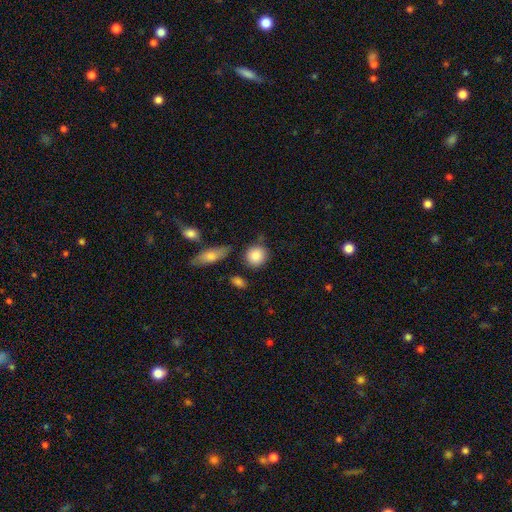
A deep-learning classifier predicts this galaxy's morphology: This appears to be a smooth galaxy with no disk features (87%) that is round (82%). Merging: none (75%).